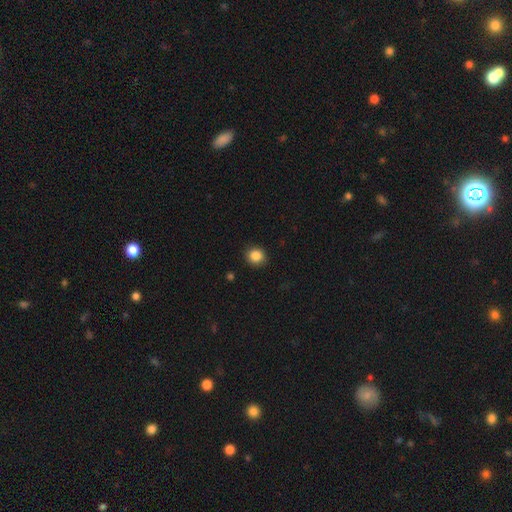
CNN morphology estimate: Smooth or featured? smooth (86%)
How rounded? round (84%)
Merging? none (91%)